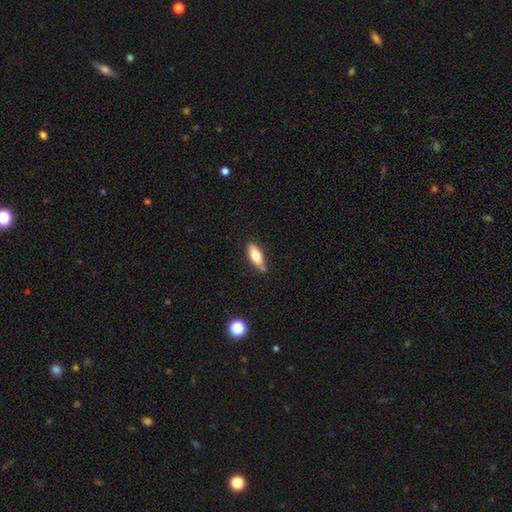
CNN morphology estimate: Smooth or featured? Predicted: smooth (p=0.72). How rounded? Predicted: in between (p=0.71). Merging? Predicted: none (p=0.70).